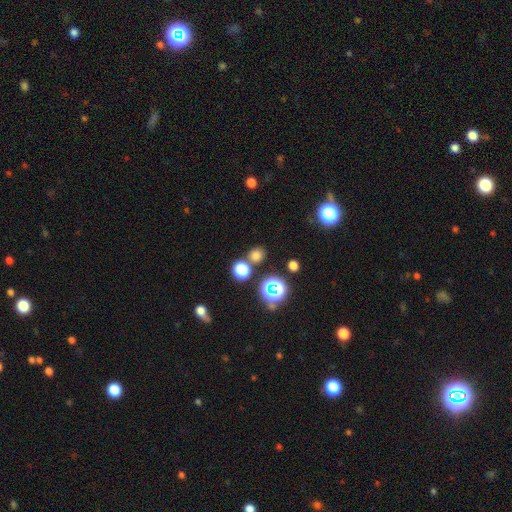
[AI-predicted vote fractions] Smooth or featured? Predicted: smooth (p=0.68). How rounded? Predicted: round (p=0.85). Merging? Predicted: none (p=0.76).